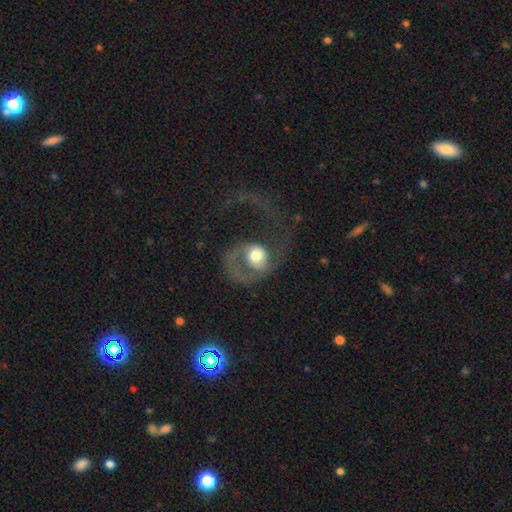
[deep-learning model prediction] Overall: featured or disk (59%; smooth 34%). Edge-on disk: no (97%). Bar: no (77%). Spiral arms: yes (72%). Bulge size: moderate (51%; large 34%). Merging: major disturbance (63%).